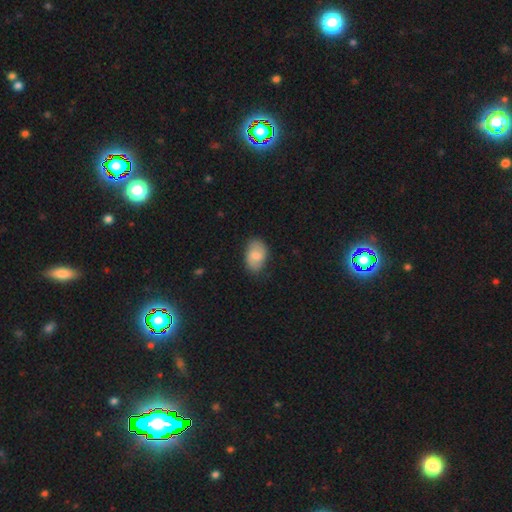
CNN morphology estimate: This is likely a smooth galaxy (66%). How rounded: clearly in between (88%). Merging: likely none (77%).